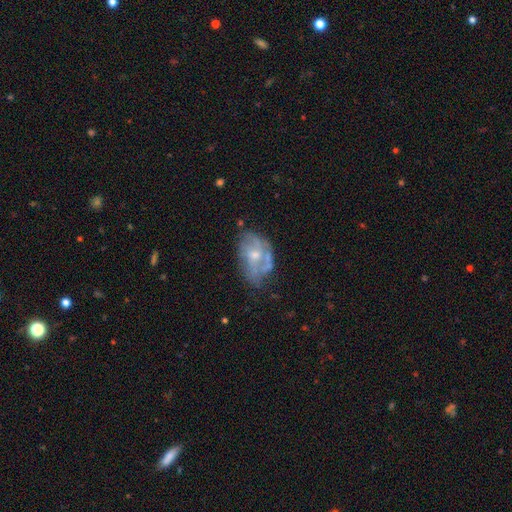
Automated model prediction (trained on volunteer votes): The model was most divided on "bulge size": small: 47%, moderate: 46%, none: 4%, large: 2%, dominant: 1%. Remaining: edge-on disk — no (96%); bar — no (74%); smooth or featured — featured or disk (67%); spiral arms — yes (57%); merging — none (47%).